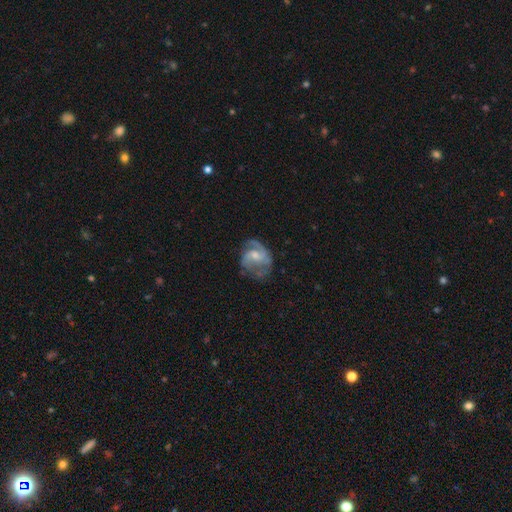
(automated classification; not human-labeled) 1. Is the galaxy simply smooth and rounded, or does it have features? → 81% featured or disk, 14% smooth, 6% star or artifact.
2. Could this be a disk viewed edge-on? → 98% no, 2% yes.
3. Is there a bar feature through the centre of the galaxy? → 45% weak (tied), 45% no (tied), 10% strong.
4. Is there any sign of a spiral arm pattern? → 93% yes, 7% no.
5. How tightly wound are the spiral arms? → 51% medium, 28% loose, 21% tight.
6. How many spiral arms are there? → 62% 2, 15% 3, 11% can't tell, 8% 1, 2% 4, 2% more than 4.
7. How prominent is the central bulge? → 44% moderate (tied), 44% small (tied), 8% none, 3% large, 1% dominant.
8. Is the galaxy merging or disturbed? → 56% none, 23% minor disturbance, 19% major disturbance, 2% merger.